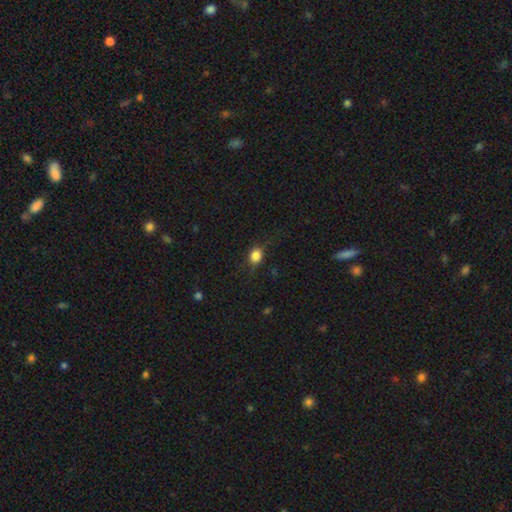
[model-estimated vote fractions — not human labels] This appears to be a smooth galaxy with no disk features (84%) that is round (58%). Merging: none (77%).